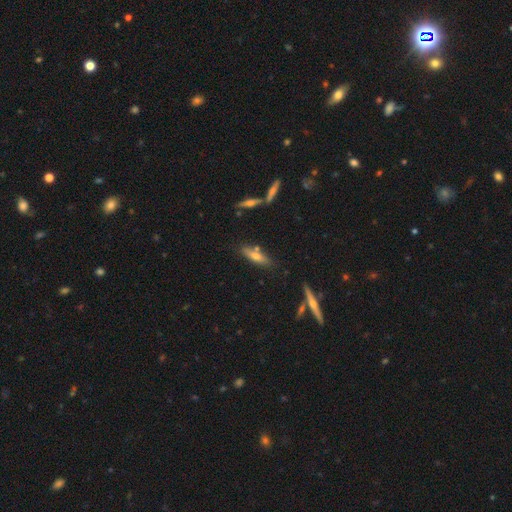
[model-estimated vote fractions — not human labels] A smooth galaxy with no disk features (57%) that is cigar-shaped (63%). Merging: none (74%).